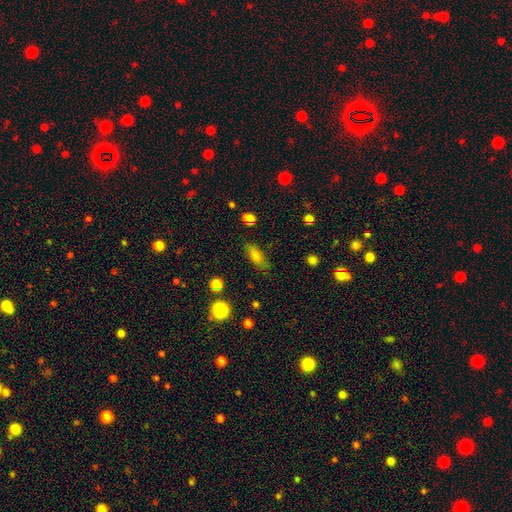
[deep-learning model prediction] A smooth galaxy with no disk features (74%) that is in between round and cigar-shaped (73%).

Vote fractions:
- Smooth or featured? smooth: 74% / featured or disk: 16% / star or artifact: 10%
- How rounded? in between: 73% / cigar-shaped: 22% / round: 5%
- Merging? none: 80% / minor disturbance: 14% / major disturbance: 4% / merger: 2%